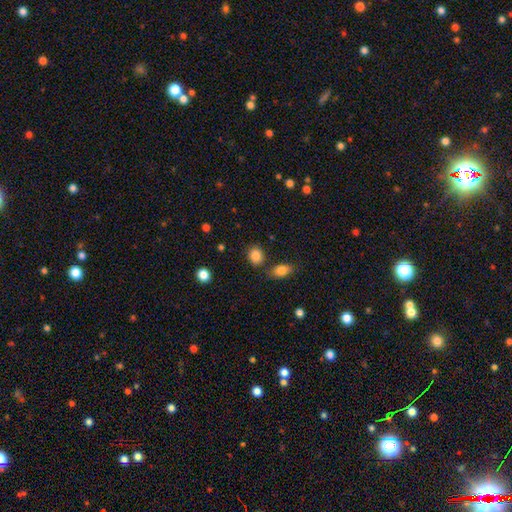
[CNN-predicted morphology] A smooth galaxy with no disk features (86%) that is round (58%).

Vote fractions:
- Smooth or featured? smooth: 86% / star or artifact: 10% / featured or disk: 5%
- How rounded? round: 58% / in between: 41% / cigar-shaped: 1%
- Merging? none: 76% / minor disturbance: 12% / merger: 9% / major disturbance: 4%